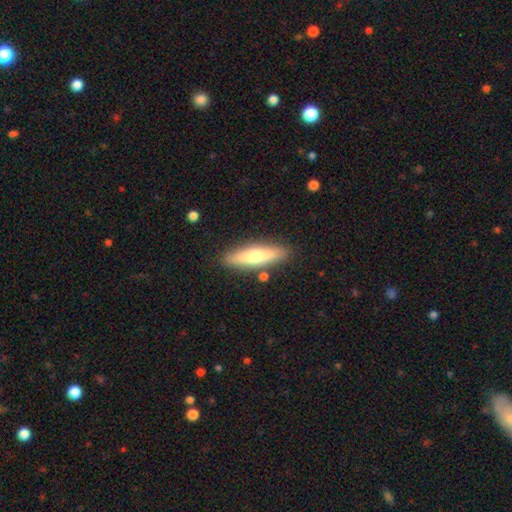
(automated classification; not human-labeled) smooth-or-featured: smooth: 58% | featured or disk: 36% | star or artifact: 6%
  how-rounded: cigar-shaped: 72% | in between: 27% | round: 2%
  merging: none: 85% | minor disturbance: 10% | merger: 3% | major disturbance: 2%